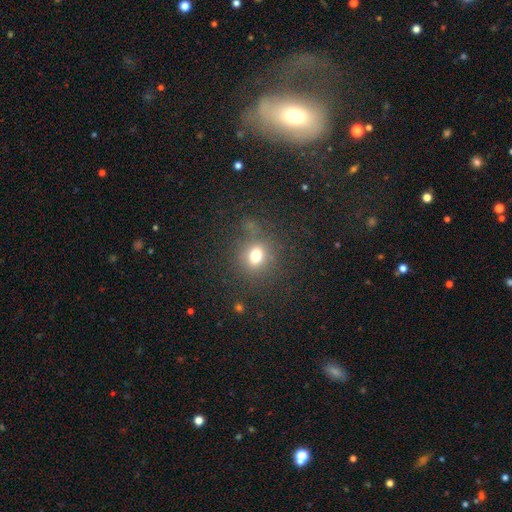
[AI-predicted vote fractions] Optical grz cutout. It shows a smooth galaxy with no disk features (73%) that is round (69%). Merging: none (77%).